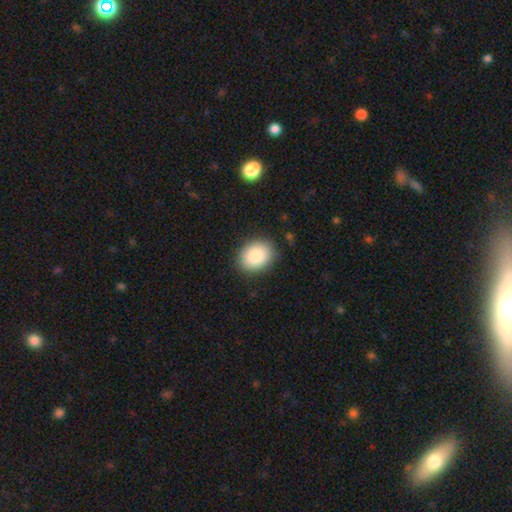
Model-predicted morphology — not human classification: This appears to be a smooth galaxy with no disk features (86%) that is in between round and cigar-shaped (57%). Merging: none (87%).